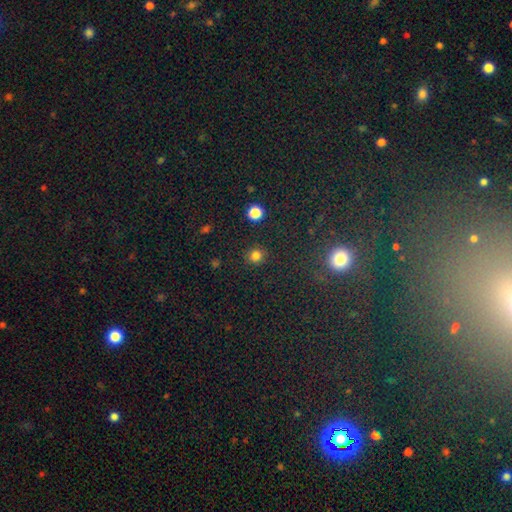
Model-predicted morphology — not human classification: A smooth galaxy with no disk features (80%) that is round (89%).

Vote fractions:
- Smooth or featured? smooth: 80% / star or artifact: 16% / featured or disk: 4%
- How rounded? round: 89% / in between: 10% / cigar-shaped: 1%
- Merging? none: 88% / minor disturbance: 7% / major disturbance: 3% / merger: 2%